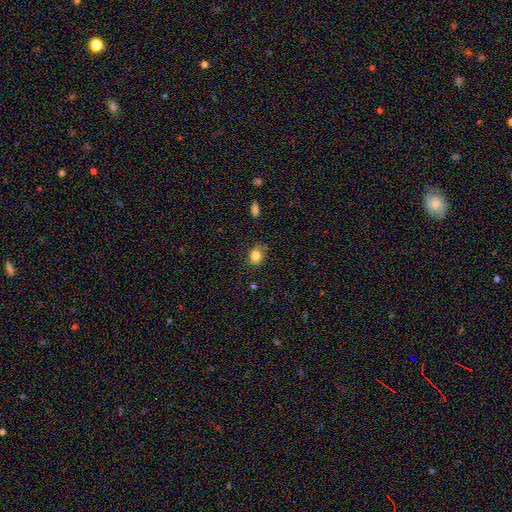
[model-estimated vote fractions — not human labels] Overall: smooth (83%). How rounded: round (58%; in between 41%). Merging: none (80%).